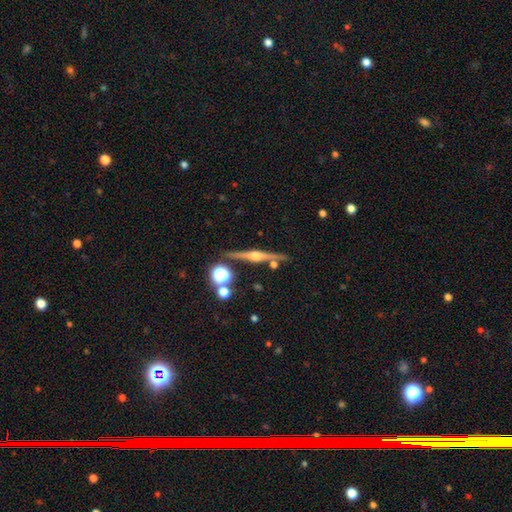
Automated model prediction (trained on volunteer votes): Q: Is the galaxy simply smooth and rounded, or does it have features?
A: featured or disk — 82%.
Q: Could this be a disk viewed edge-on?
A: yes — 98%.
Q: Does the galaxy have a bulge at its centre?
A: rounded — 92%.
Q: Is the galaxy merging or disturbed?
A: none — 85%.